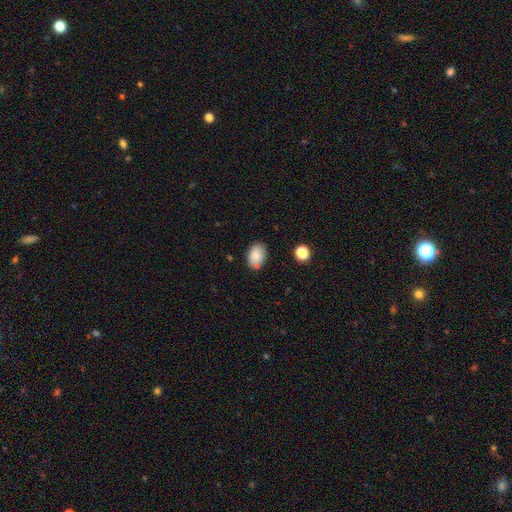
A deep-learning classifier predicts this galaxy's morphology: The model was most divided on "merging": none: 74%, minor disturbance: 16%, merger: 7%, major disturbance: 3%. More confident: smooth or featured — smooth (83%); how rounded — in between (81%).